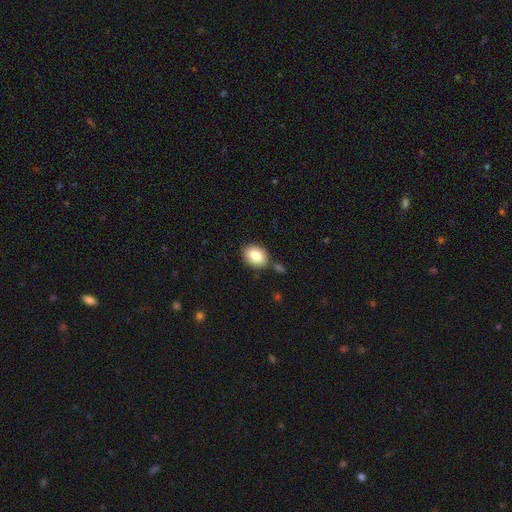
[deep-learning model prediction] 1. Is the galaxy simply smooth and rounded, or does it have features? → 84% smooth, 8% featured or disk, 8% star or artifact.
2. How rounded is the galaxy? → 66% in between, 33% round, 1% cigar-shaped.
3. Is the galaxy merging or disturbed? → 79% none, 12% minor disturbance, 6% merger, 3% major disturbance.